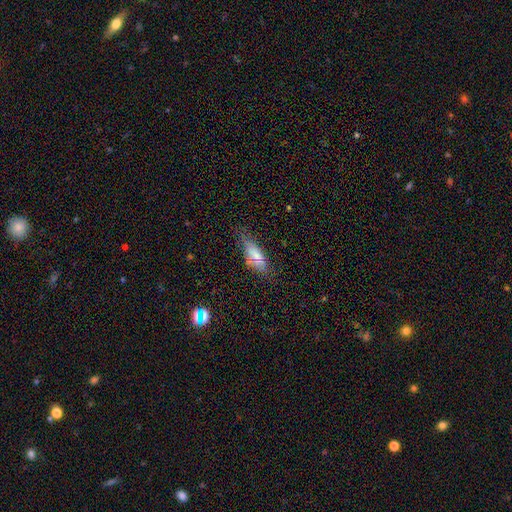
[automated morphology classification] smooth 68%, featured or disk 21%, star or artifact 11%. Down the decision tree: how rounded — in between (71%); merging — none (61%).